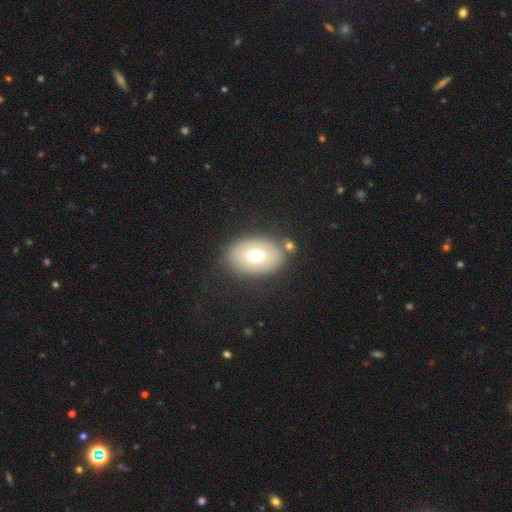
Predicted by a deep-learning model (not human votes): Smooth or featured: smooth — 66% (featured or disk — 24%)
How rounded: in between — 82% (round — 17%)
Merging: none — 79% (minor disturbance — 11%)